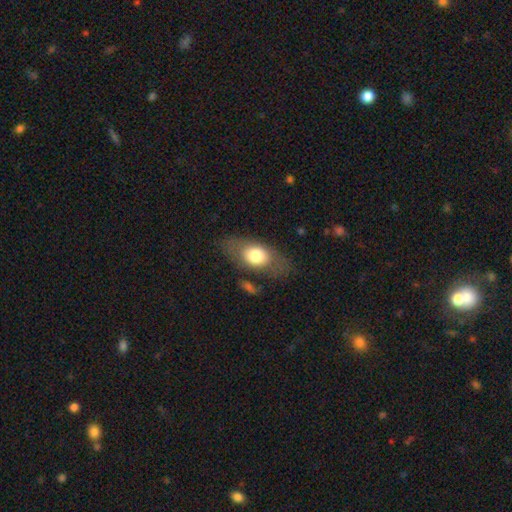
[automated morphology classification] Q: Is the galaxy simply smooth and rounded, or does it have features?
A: smooth — 67%.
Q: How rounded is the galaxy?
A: in between — 82%.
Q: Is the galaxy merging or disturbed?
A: none — 68%.